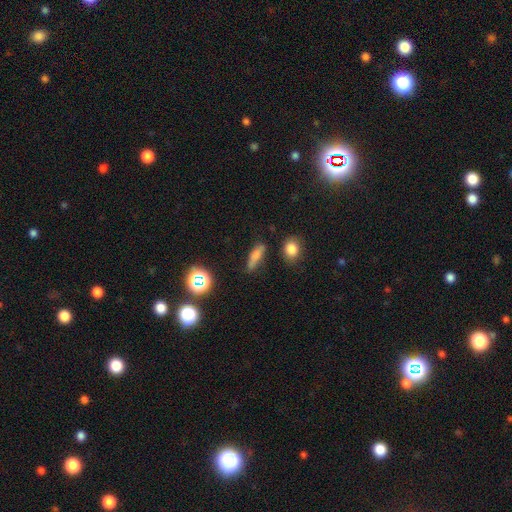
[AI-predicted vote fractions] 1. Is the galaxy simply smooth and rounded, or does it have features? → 71% smooth, 15% star or artifact, 14% featured or disk.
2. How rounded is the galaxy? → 57% cigar-shaped, 36% in between, 6% round.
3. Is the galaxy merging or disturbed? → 72% none, 18% minor disturbance, 5% major disturbance, 4% merger.